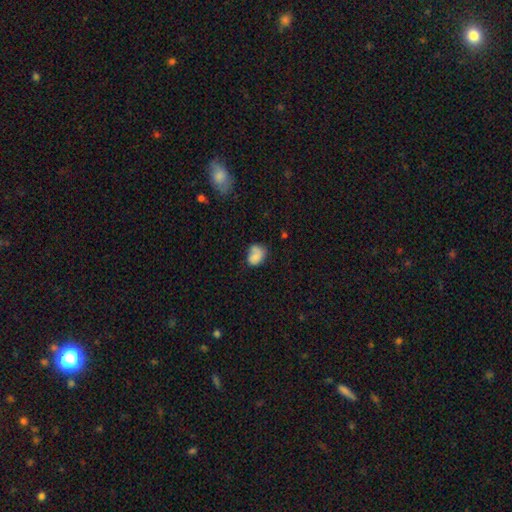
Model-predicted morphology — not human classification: A smooth galaxy with no disk features (71%) that is in between round and cigar-shaped (58%).

Vote fractions:
- Smooth or featured? smooth: 71% / featured or disk: 19% / star or artifact: 9%
- How rounded? in between: 58% / round: 41% / cigar-shaped: 1%
- Merging? none: 46% / minor disturbance: 32% / major disturbance: 16% / merger: 6%